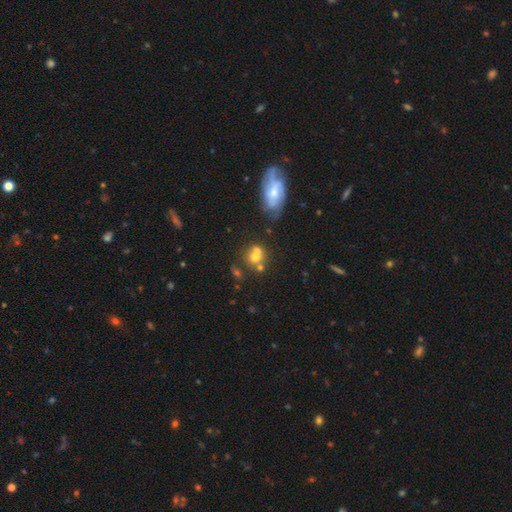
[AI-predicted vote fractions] Smooth or featured?
  - smooth: 64% *
  - featured or disk: 22%
  - star or artifact: 14%
How rounded?
  - round: 73% *
  - in between: 25%
  - cigar-shaped: 1%
Merging?
  - merger: 47% *
  - none: 36%
  - minor disturbance: 11%
  - major disturbance: 6%